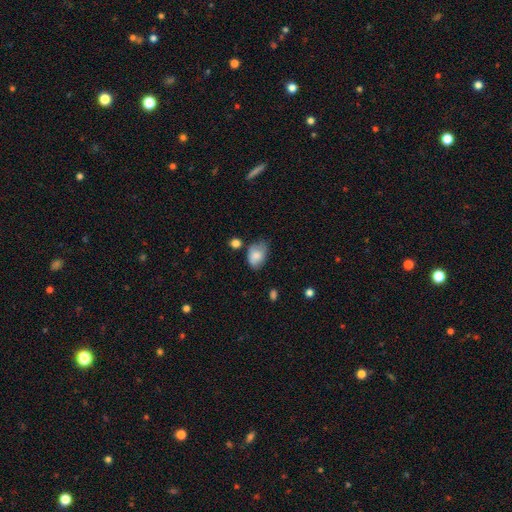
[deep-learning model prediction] Overall: smooth (78%). How rounded: in between (83%). Merging: none (50%; minor disturbance 34%).